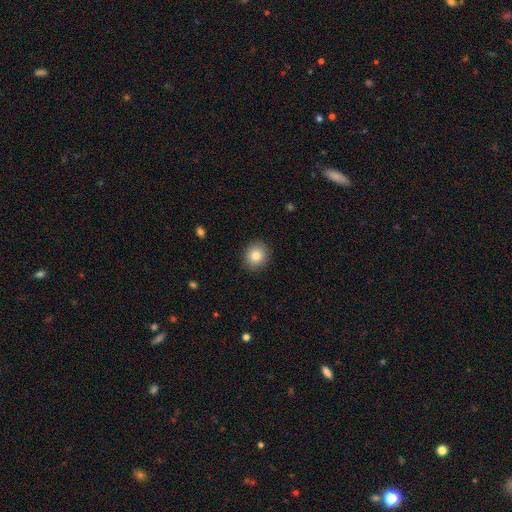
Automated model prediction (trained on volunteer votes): Smooth or featured?
  - smooth: 83% *
  - star or artifact: 9%
  - featured or disk: 7%
How rounded?
  - round: 81% *
  - in between: 18%
  - cigar-shaped: 1%
Merging?
  - none: 90% *
  - minor disturbance: 7%
  - major disturbance: 2%
  - merger: 1%